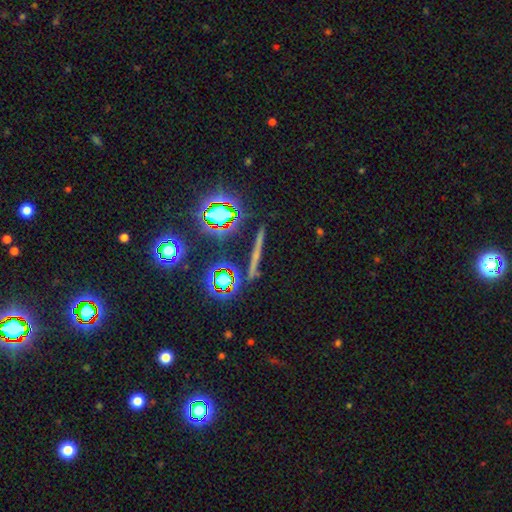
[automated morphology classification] The model was most divided on "smooth or featured": star or artifact: 45%, featured or disk: 30%, smooth: 25%.